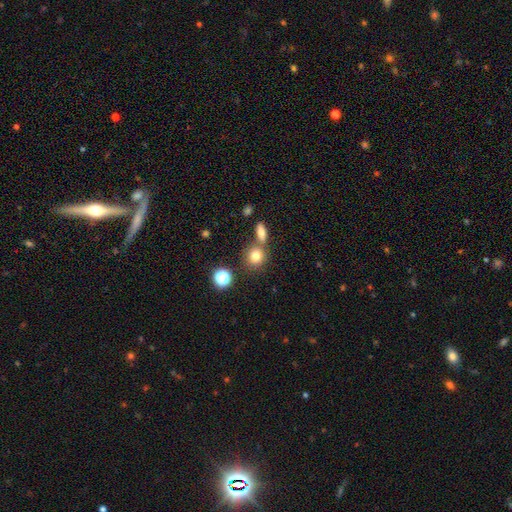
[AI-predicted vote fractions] Q: Smooth or featured?
A: smooth (77%); runner-up: star or artifact (13%)
Q: How rounded?
A: round (80%); runner-up: in between (19%)
Q: Merging?
A: none (65%); runner-up: merger (22%)